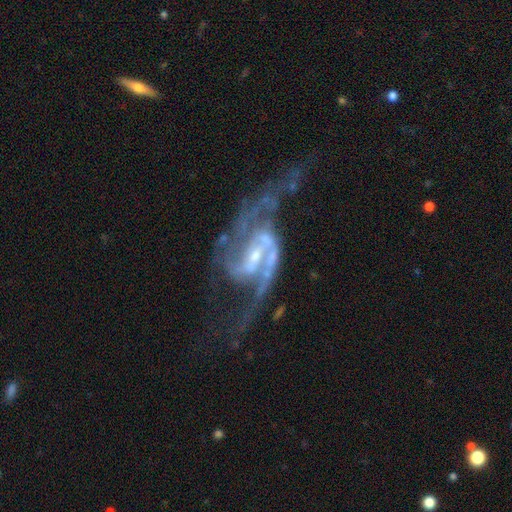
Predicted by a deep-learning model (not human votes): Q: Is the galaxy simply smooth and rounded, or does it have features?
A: featured or disk — 92%.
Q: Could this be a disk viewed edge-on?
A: no — 97%.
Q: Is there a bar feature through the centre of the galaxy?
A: weak — 42%.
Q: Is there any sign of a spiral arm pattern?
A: yes — 97%.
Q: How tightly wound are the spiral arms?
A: medium — 48%.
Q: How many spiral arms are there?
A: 2 — 85%.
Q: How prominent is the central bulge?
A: small — 61%.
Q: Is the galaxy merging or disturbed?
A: none — 45%.